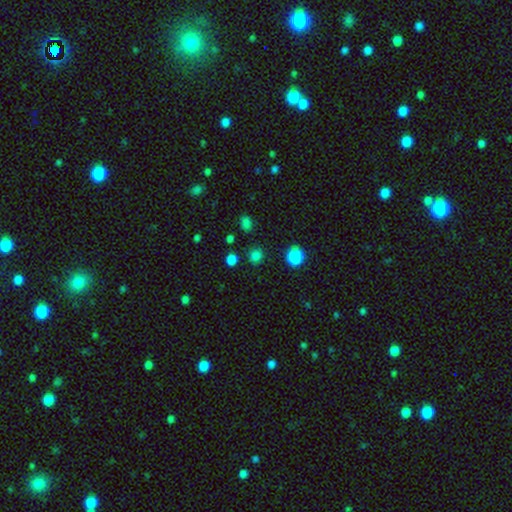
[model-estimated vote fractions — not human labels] smooth 77%, star or artifact 19%, featured or disk 4%. Down the decision tree: how rounded — round (87%); merging — none (86%).